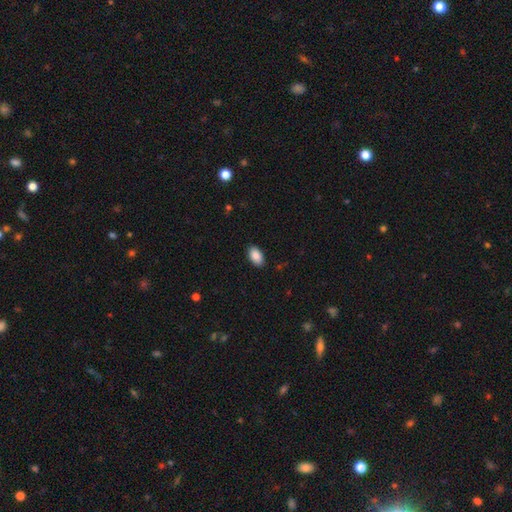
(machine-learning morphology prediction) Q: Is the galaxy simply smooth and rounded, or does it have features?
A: smooth — 89%.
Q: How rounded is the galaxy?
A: in between — 94%.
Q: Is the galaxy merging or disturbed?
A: none — 87%.